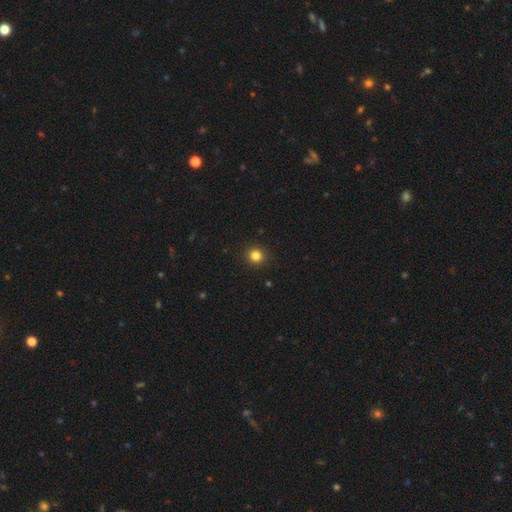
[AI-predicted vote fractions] Smooth or featured?
  - smooth: 84% *
  - star or artifact: 12%
  - featured or disk: 4%
How rounded?
  - round: 92% *
  - in between: 7%
  - cigar-shaped: 1%
Merging?
  - none: 93% *
  - minor disturbance: 5%
  - major disturbance: 2%
  - merger: 1%